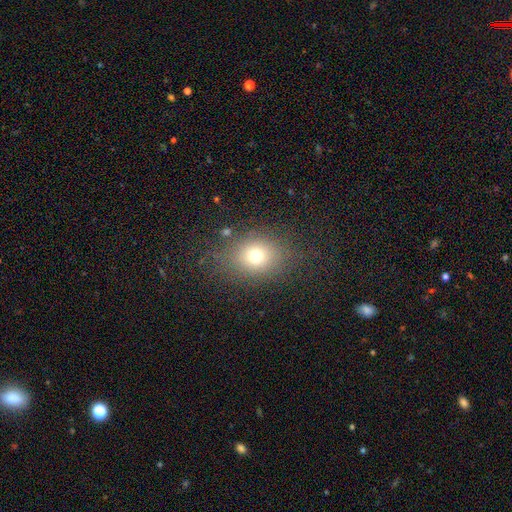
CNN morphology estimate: smooth 70%, star or artifact 17%, featured or disk 12%. Down the decision tree: how rounded — round (54%); merging — none (77%).